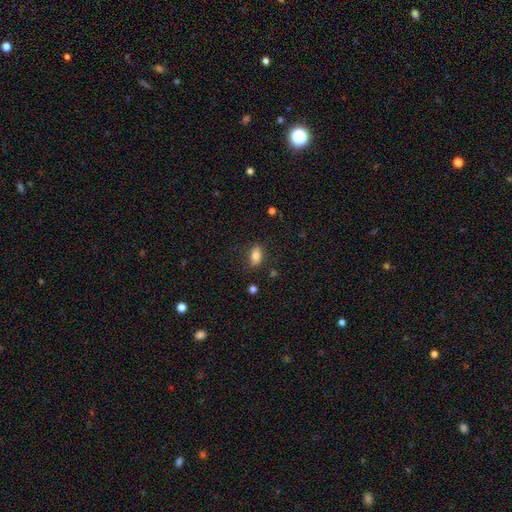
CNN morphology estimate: Q: Smooth or featured?
A: smooth (83%); runner-up: featured or disk (9%)
Q: How rounded?
A: in between (86%); runner-up: cigar-shaped (8%)
Q: Merging?
A: none (80%); runner-up: minor disturbance (15%)